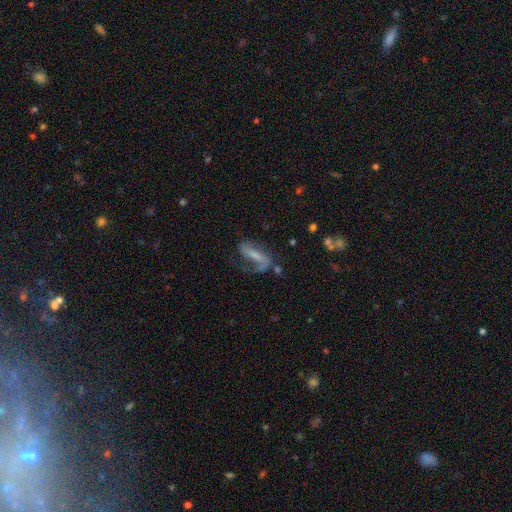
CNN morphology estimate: Smooth or featured: featured or disk — 70% (smooth — 22%)
Edge-on disk: no — 88% (yes — 12%)
Bar: strong — 42% (weak — 32%)
Spiral arms: yes — 88% (no — 12%)
Spiral winding: loose — 51% (medium — 34%)
Spiral arm count: 2 — 63% (1 — 28%)
Bulge size: small — 51% (moderate — 29%)
Merging: none — 46% (major disturbance — 27%)